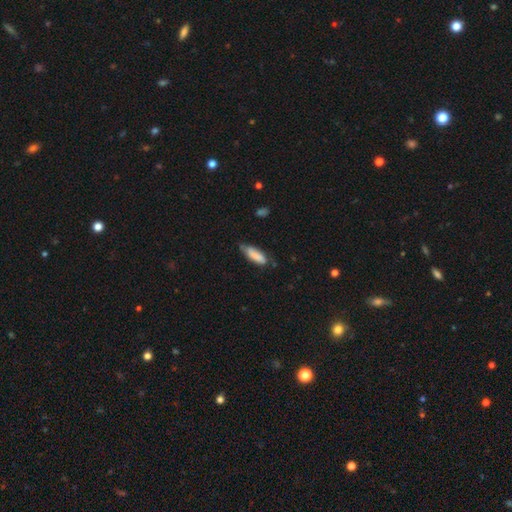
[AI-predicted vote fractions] Smooth or featured? smooth (83%)
How rounded? in between (54%)
Merging? none (54%)